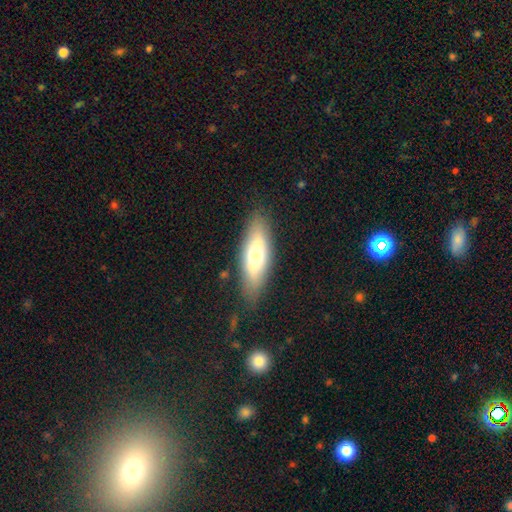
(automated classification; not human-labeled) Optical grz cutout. It shows a smooth galaxy with no disk features (63%) that is in between round and cigar-shaped (60%). Merging: none (81%).